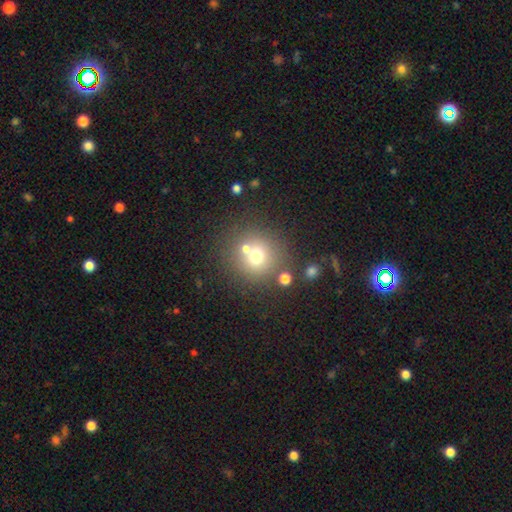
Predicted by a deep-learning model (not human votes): A smooth galaxy with no disk features (68%) that is round (90%). Merging: none (65%).